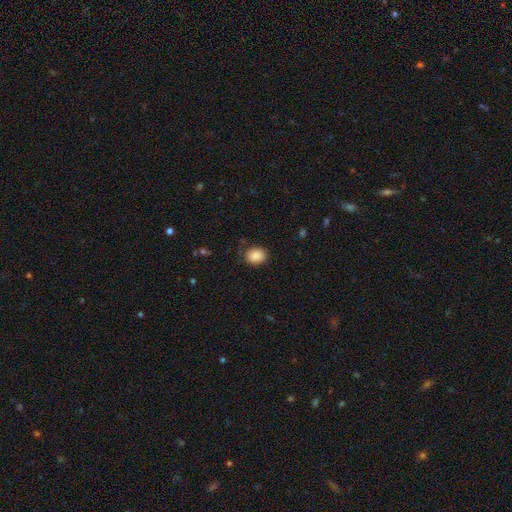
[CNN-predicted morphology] smooth_or_featured: smooth (p=0.88) [alt: star or artifact p=0.08]
how_rounded: in between (p=0.57) [alt: round p=0.42]
merging: none (p=0.82) [alt: minor disturbance p=0.14]